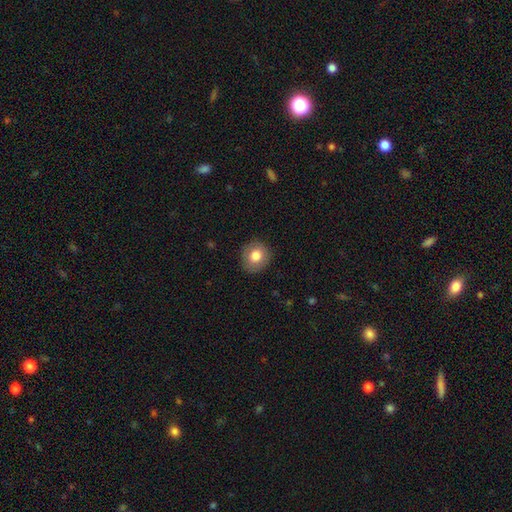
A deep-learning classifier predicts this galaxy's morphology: A smooth galaxy with no disk features (79%) that is round (83%). Merging: none (89%).